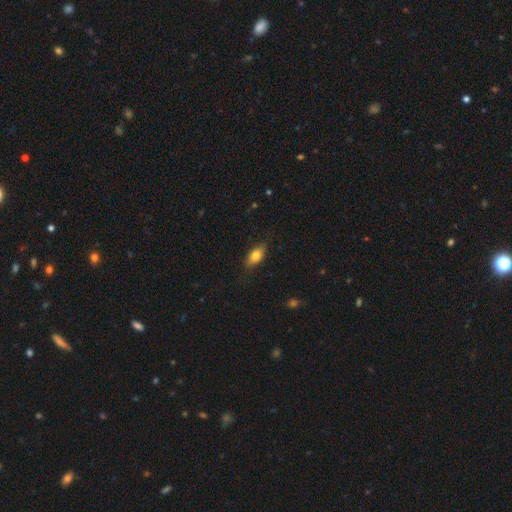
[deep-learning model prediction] This appears to be a smooth galaxy with no disk features (74%) that is in between round and cigar-shaped (82%). Merging: none (82%).